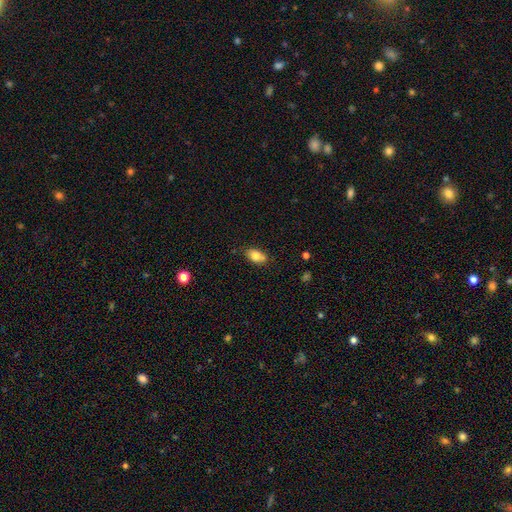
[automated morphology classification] The model was most divided on "merging": none: 69%, minor disturbance: 19%, merger: 8%, major disturbance: 4%. More confident: how rounded — in between (86%); smooth or featured — smooth (78%).